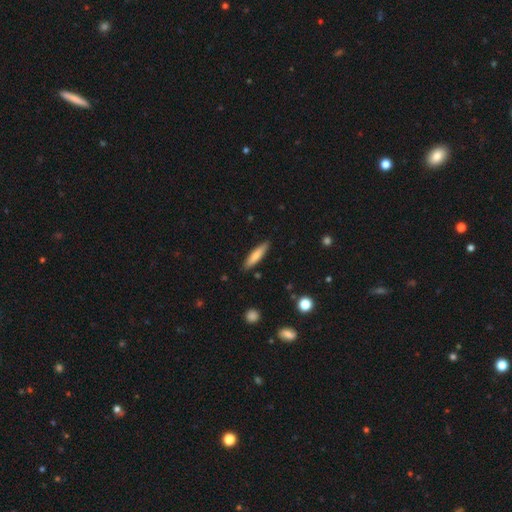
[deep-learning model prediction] The model was most divided on "smooth or featured": smooth: 74%, featured or disk: 21%, star or artifact: 6%. More confident: merging — none (88%); how rounded — cigar-shaped (79%).